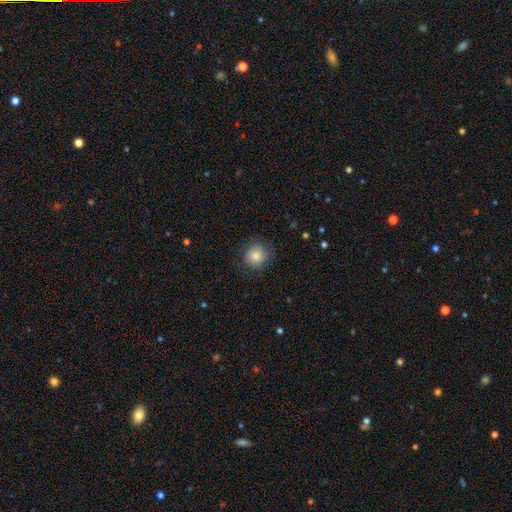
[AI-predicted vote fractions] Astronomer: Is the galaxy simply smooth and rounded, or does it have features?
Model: smooth — 82%.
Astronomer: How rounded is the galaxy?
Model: round — 87%.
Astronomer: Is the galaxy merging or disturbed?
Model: none — 81%.